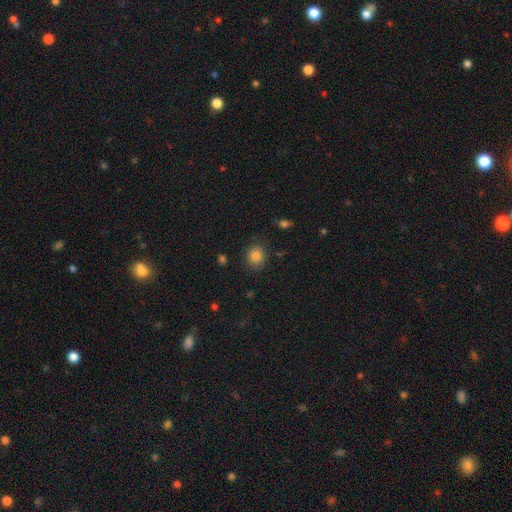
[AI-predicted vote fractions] A smooth galaxy with no disk features (84%) that is round (70%). Merging: none (84%).